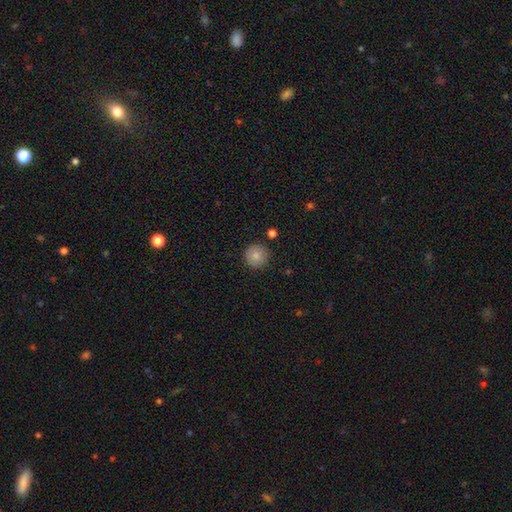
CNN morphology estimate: smooth-or-featured: smooth: 84% | star or artifact: 8% | featured or disk: 8%
  how-rounded: round: 95% | in between: 4% | cigar-shaped: 1%
  merging: none: 89% | minor disturbance: 8% | major disturbance: 2% | merger: 2%